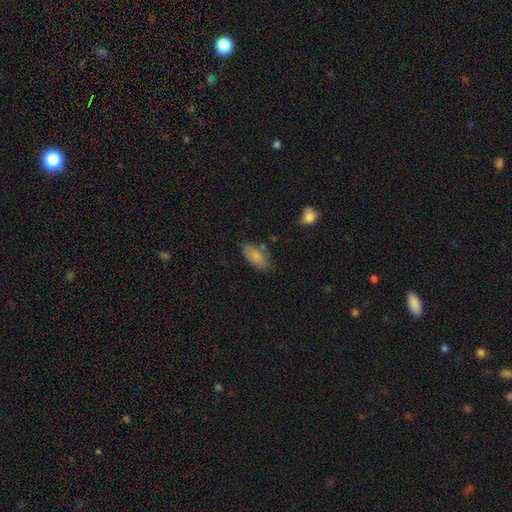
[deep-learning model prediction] smooth_or_featured: smooth (p=0.83) [alt: featured or disk p=0.10]
how_rounded: in between (p=0.92) [alt: cigar-shaped p=0.06]
merging: none (p=0.71) [alt: minor disturbance p=0.19]